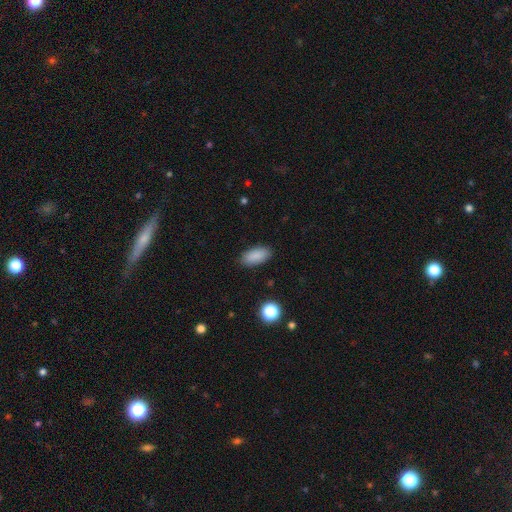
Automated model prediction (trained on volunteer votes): smooth 88%, star or artifact 8%, featured or disk 4%. Down the decision tree: how rounded — in between (90%); merging — none (87%).